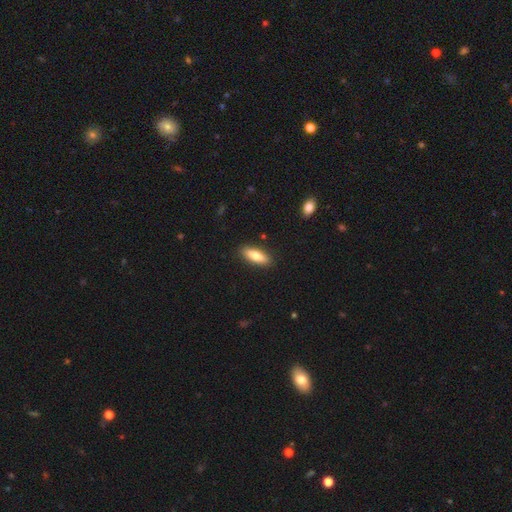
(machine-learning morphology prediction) Smooth or featured?
  - smooth: 77% *
  - featured or disk: 18%
  - star or artifact: 6%
How rounded?
  - in between: 57% *
  - cigar-shaped: 41%
  - round: 2%
Merging?
  - none: 89% *
  - minor disturbance: 8%
  - major disturbance: 2%
  - merger: 1%